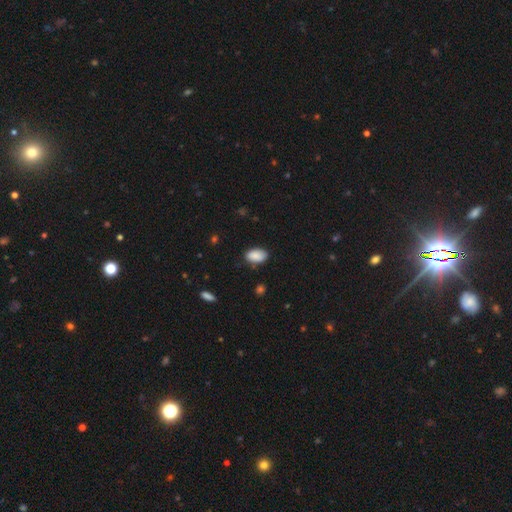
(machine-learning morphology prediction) smooth_or_featured: smooth (p=0.88) [alt: star or artifact p=0.07]
how_rounded: in between (p=0.93) [alt: round p=0.06]
merging: none (p=0.77) [alt: minor disturbance p=0.18]